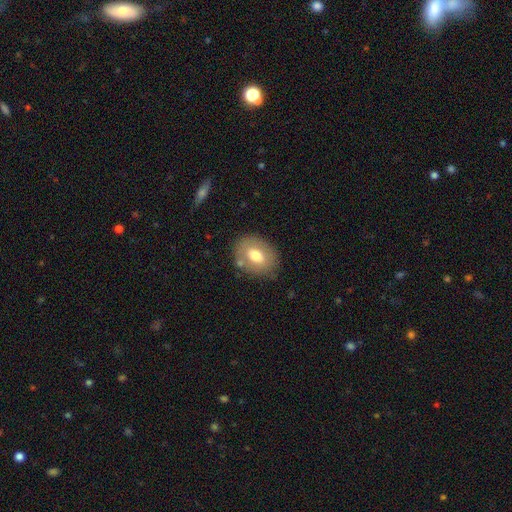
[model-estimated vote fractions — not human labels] smooth 69%, featured or disk 23%, star or artifact 8%. Down the decision tree: how rounded — in between (66%); merging — none (78%).